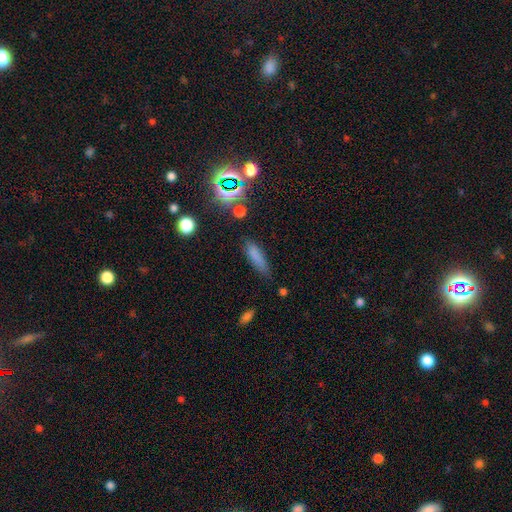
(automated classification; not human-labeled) smooth_or_featured: smooth (p=0.74) [alt: star or artifact p=0.15]
how_rounded: cigar-shaped (p=0.65) [alt: in between p=0.32]
merging: none (p=0.74) [alt: minor disturbance p=0.17]